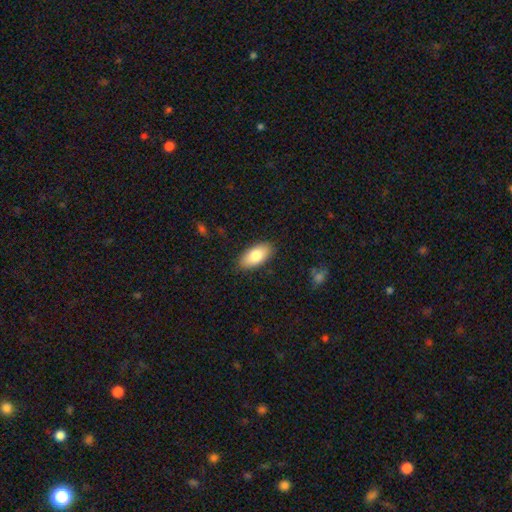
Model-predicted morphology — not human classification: Smooth or featured: smooth — 81% (featured or disk — 13%)
How rounded: in between — 93% (cigar-shaped — 5%)
Merging: none — 88% (minor disturbance — 9%)